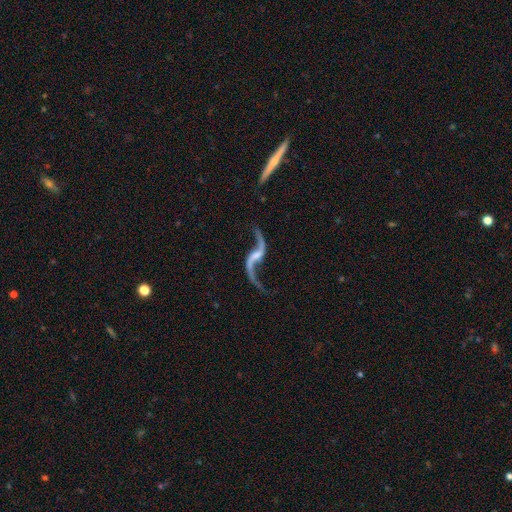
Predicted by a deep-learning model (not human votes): A featured or disk galaxy (92%) with a weak bar (40%), 2 (94%) loose (95%) spiral arms (97%) and a small central bulge (52%).

Vote fractions:
- Smooth or featured? featured or disk: 92% / star or artifact: 5% / smooth: 3%
- Edge-on disk? no: 93% / yes: 7%
- Bar? weak: 40% / no: 38% / strong: 22%
- Spiral arms? yes: 97% / no: 3%
- Spiral winding? loose: 95% / medium: 4% / tight: 2%
- Spiral arm count? 2: 94% / 1: 2% / can't tell: 1% / 3: 1% / 4: 1% / more than 4: 1%
- Bulge size? small: 52% / moderate: 22% / none: 21% / large: 3% / dominant: 2%
- Merging? none: 71% / minor disturbance: 14% / major disturbance: 10% / merger: 4%